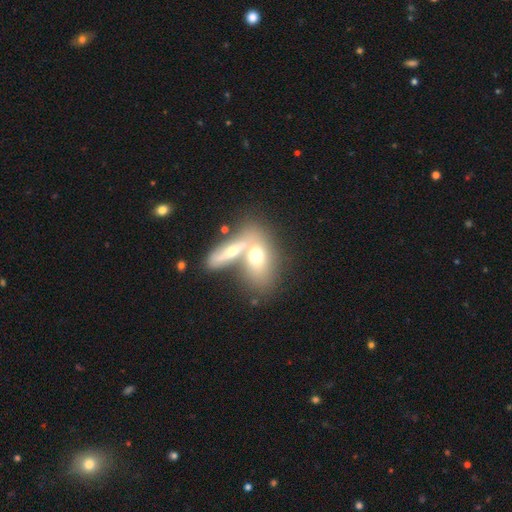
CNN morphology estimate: This appears to be a featured or disk galaxy (47%). Merging: merger (62%).